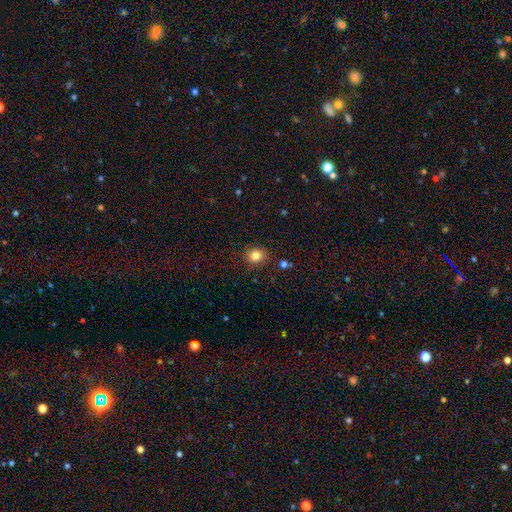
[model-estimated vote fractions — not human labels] smooth_or_featured: smooth (p=0.83) [alt: star or artifact p=0.11]
how_rounded: round (p=0.77) [alt: in between p=0.23]
merging: none (p=0.88) [alt: minor disturbance p=0.08]